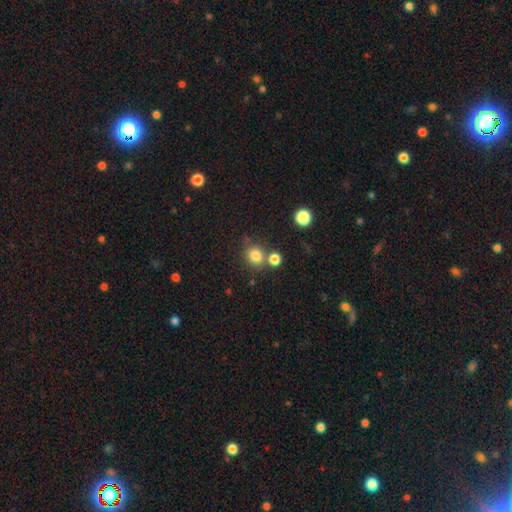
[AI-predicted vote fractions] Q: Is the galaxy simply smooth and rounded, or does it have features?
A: smooth — 81%.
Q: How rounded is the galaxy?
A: round — 74%.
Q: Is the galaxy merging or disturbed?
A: none — 64%.